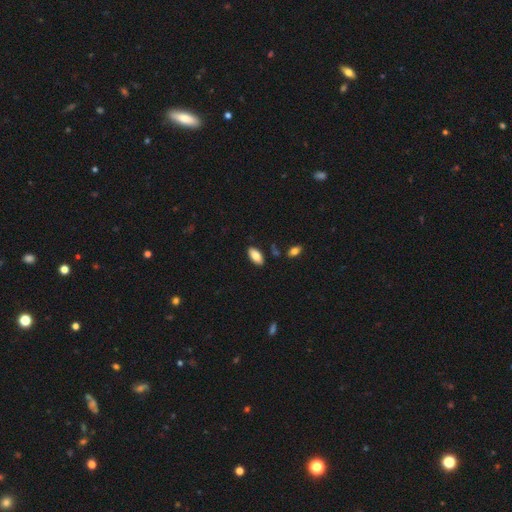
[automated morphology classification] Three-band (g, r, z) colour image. It shows a smooth galaxy with no disk features (82%) that is in between round and cigar-shaped (91%). Merging: none (86%).